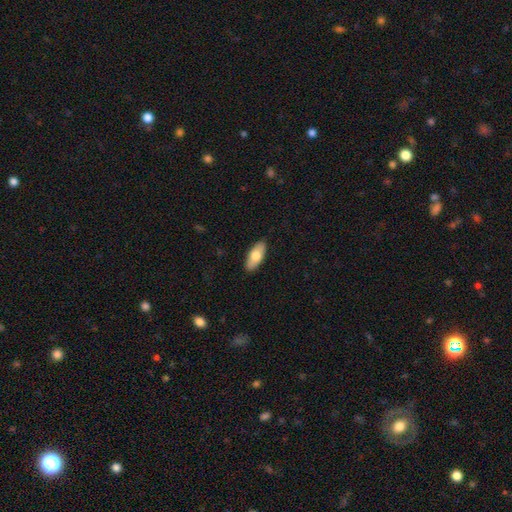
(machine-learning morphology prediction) This is likely a smooth galaxy (73%). How rounded: clearly in between (83%). Merging: clearly none (89%).